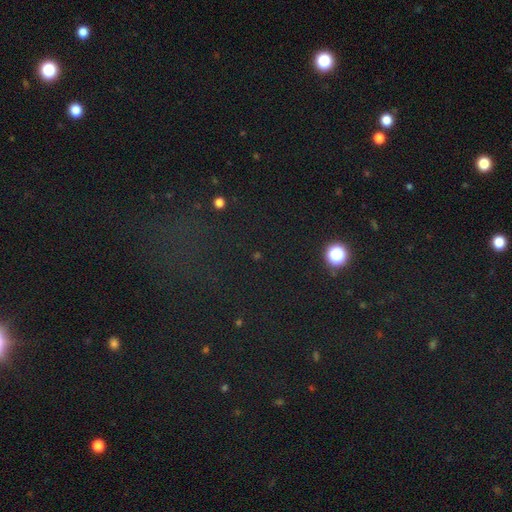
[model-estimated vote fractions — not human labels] smooth-or-featured: star or artifact: 68% | smooth: 23% | featured or disk: 9%